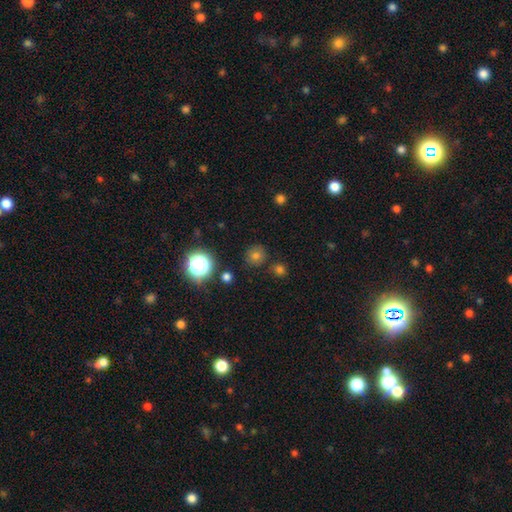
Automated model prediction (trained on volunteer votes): Q: Smooth or featured?
A: smooth (71%); runner-up: star or artifact (21%)
Q: How rounded?
A: round (90%); runner-up: in between (9%)
Q: Merging?
A: none (83%); runner-up: minor disturbance (10%)